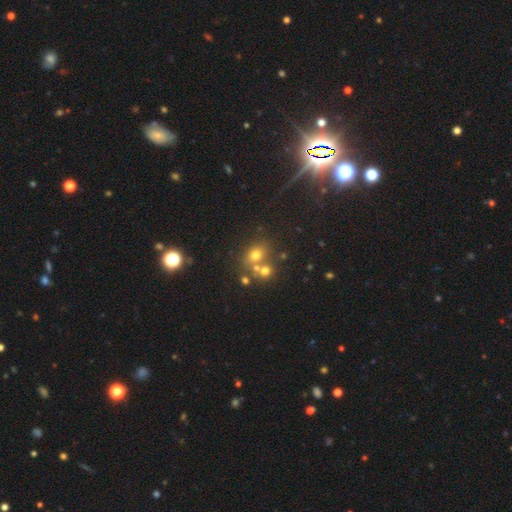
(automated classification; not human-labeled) Smooth or featured? Predicted: smooth (p=0.61). How rounded? Predicted: round (p=0.58). Merging? Predicted: none (p=0.51).